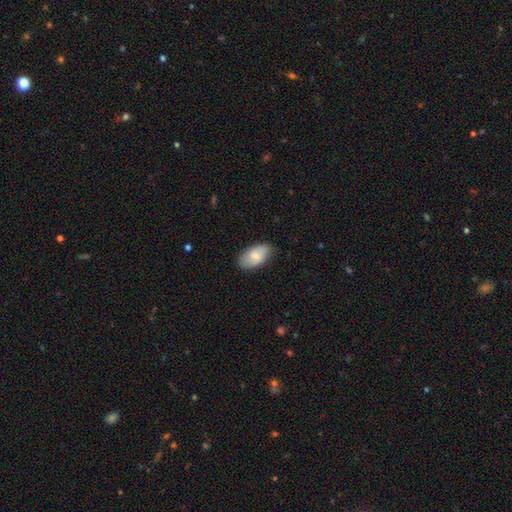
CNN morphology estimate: Smooth or featured: smooth — 72% (featured or disk — 22%)
How rounded: in between — 94% (round — 4%)
Merging: none — 77% (minor disturbance — 19%)